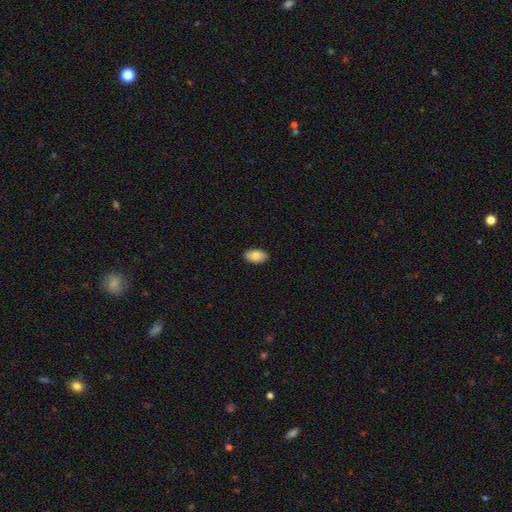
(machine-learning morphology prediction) The model was most divided on "smooth or featured": smooth: 86%, featured or disk: 8%, star or artifact: 6%. More confident: how rounded — in between (95%); merging — none (88%).